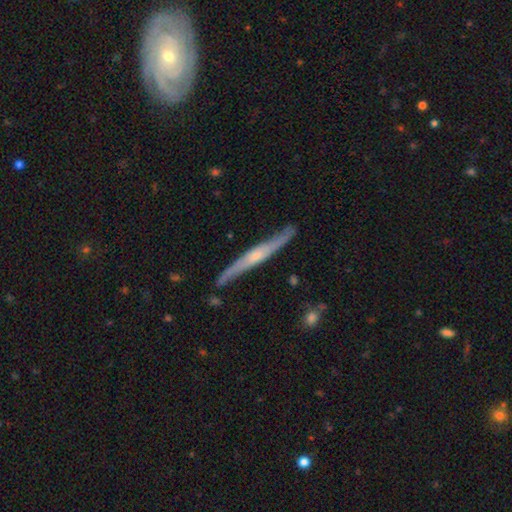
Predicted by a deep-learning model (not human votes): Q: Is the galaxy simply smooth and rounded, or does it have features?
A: featured or disk — 73%.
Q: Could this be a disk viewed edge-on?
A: yes — 92%.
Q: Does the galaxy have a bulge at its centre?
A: rounded — 61%.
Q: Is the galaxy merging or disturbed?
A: none — 83%.